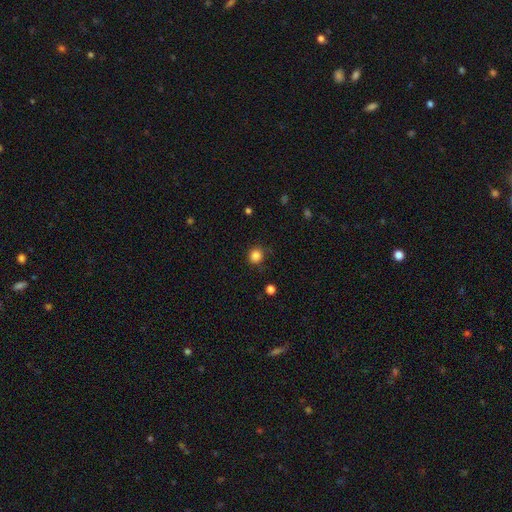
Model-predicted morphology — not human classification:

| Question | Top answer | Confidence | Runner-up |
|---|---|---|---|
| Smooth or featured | smooth | 85% | star or artifact (12%) |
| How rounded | round | 89% | in between (10%) |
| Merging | none | 84% | minor disturbance (11%) |